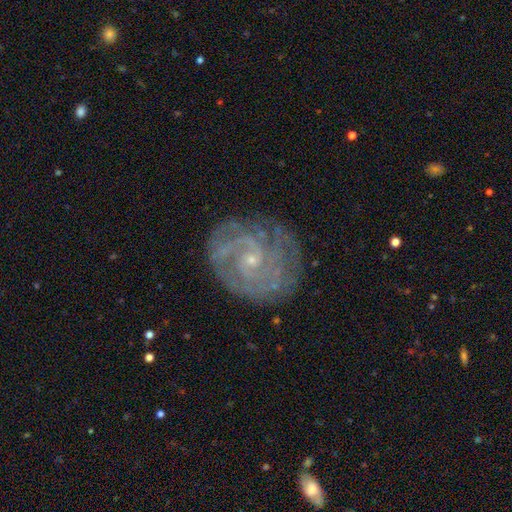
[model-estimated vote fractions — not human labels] Smooth or featured? Predicted: featured or disk (p=0.83). Edge-on disk? Predicted: no (p=0.97). Bar? Predicted: no (p=0.61). Spiral arms? Predicted: yes (p=0.95). Spiral winding? Predicted: tight (p=0.70). Spiral arm count? Predicted: 2 (p=0.34). Bulge size? Predicted: small (p=0.78). Merging? Predicted: none (p=0.79).